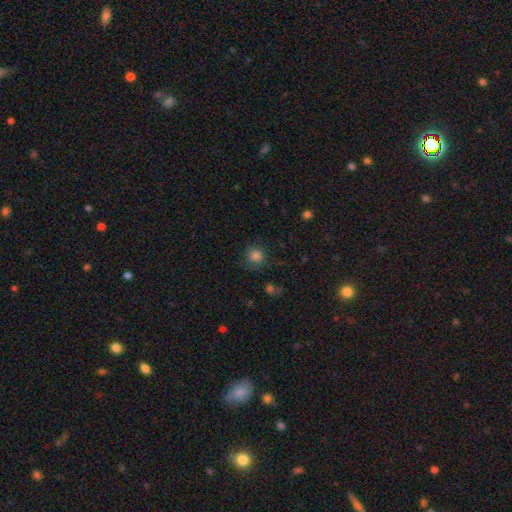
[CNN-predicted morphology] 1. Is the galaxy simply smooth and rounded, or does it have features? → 82% smooth, 12% star or artifact, 6% featured or disk.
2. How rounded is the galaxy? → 89% round, 10% in between, 1% cigar-shaped.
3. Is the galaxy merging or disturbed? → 72% none, 18% minor disturbance, 8% major disturbance, 3% merger.